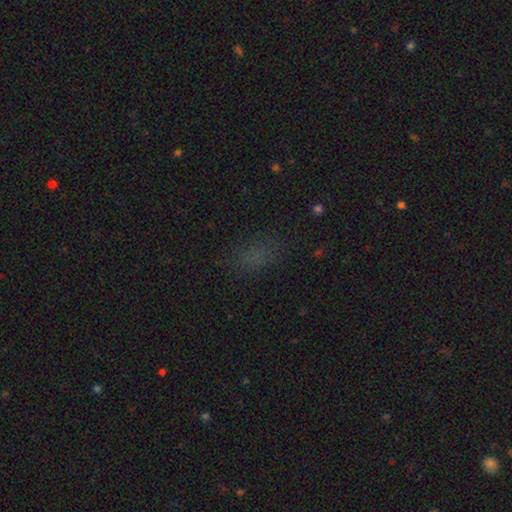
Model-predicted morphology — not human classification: Smooth or featured? Predicted: smooth (p=0.60). How rounded? Predicted: in between (p=0.80). Merging? Predicted: none (p=0.76).